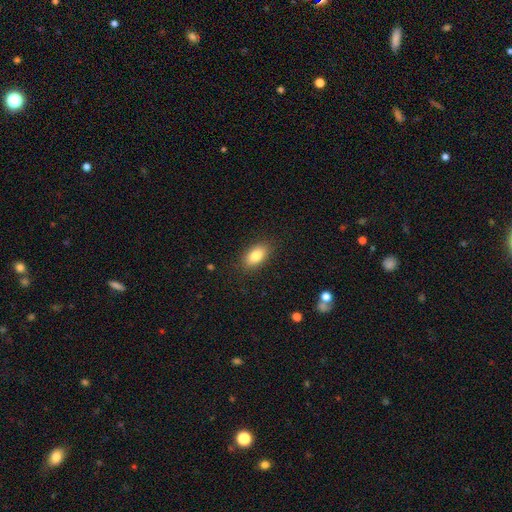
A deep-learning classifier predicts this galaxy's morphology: The model was most divided on "merging": none: 86%, minor disturbance: 10%, major disturbance: 3%, merger: 1%. More confident: how rounded — in between (89%); smooth or featured — smooth (84%).